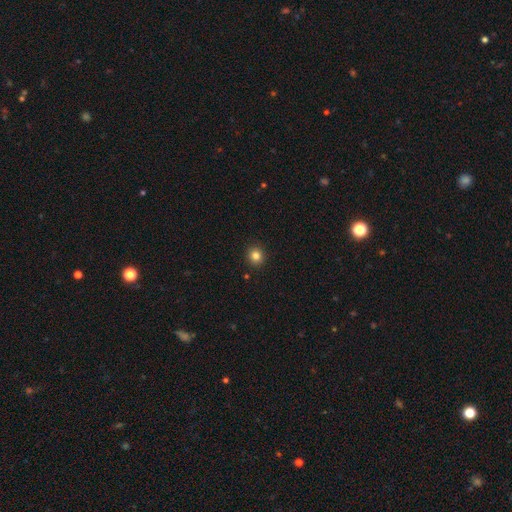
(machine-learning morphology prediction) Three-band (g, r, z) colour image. It shows a smooth galaxy with no disk features (83%) that is round (91%). Merging: none (92%).